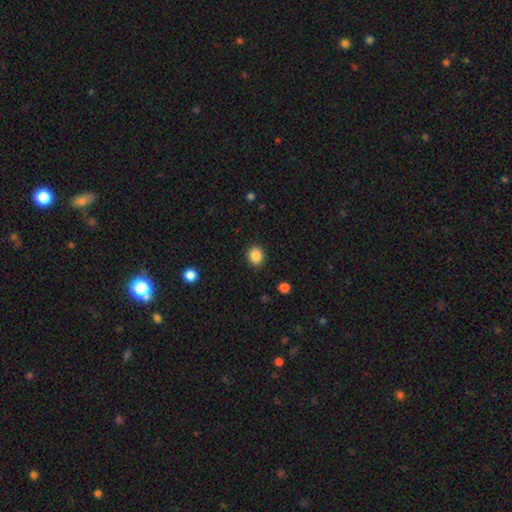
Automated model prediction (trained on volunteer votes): This appears to be a smooth galaxy with no disk features (87%) that is round (77%). Merging: none (91%).